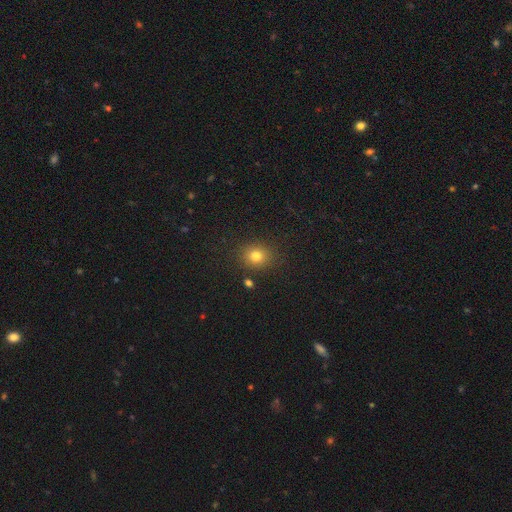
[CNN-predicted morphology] Smooth or featured? smooth (79%)
How rounded? round (73%)
Merging? none (85%)